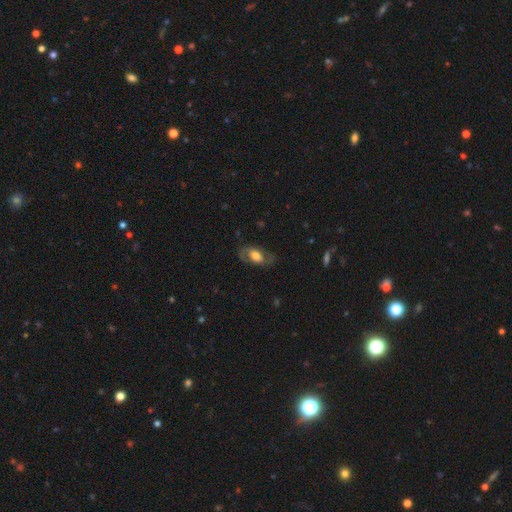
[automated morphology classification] A featured or disk galaxy (60%) with no bar (60%), spiral arms (71%) and a large central bulge (43%).

Vote fractions:
- Smooth or featured? featured or disk: 60% / smooth: 33% / star or artifact: 7%
- Edge-on disk? no: 92% / yes: 8%
- Bar? no: 60% / weak: 29% / strong: 11%
- Spiral arms? yes: 71% / no: 29%
- Bulge size? large: 43% / moderate: 39% / small: 10% / dominant: 5% / none: 3%
- Merging? none: 67% / minor disturbance: 18% / major disturbance: 14% / merger: 1%